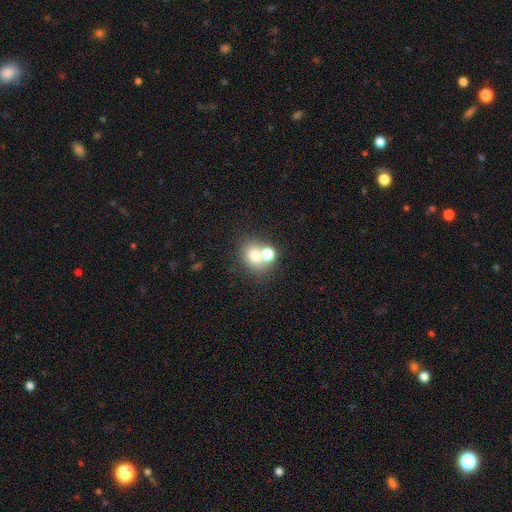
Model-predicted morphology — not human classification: This is likely a smooth galaxy (70%). How rounded: likely round (65%). Merging: possibly none (47%).